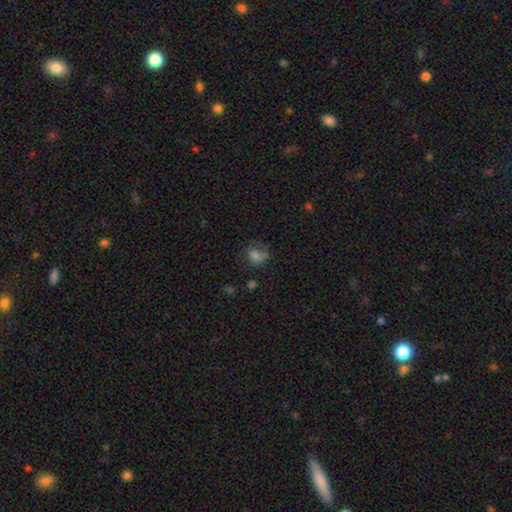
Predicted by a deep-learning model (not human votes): Smooth or featured? smooth (70%)
How rounded? round (58%)
Merging? none (49%)